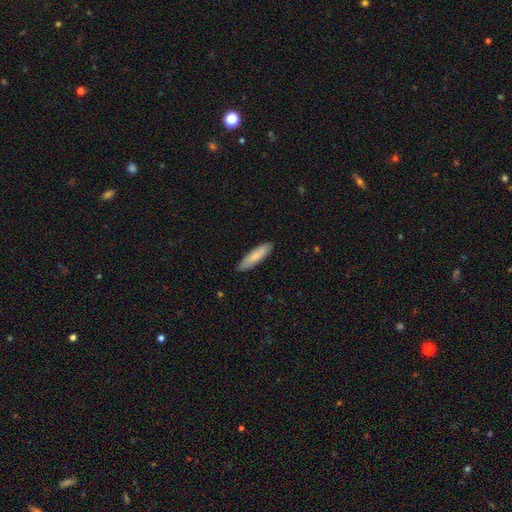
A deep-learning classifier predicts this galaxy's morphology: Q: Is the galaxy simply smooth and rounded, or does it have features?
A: smooth — 83%.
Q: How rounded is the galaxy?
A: cigar-shaped — 72%.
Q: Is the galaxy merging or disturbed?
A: none — 88%.